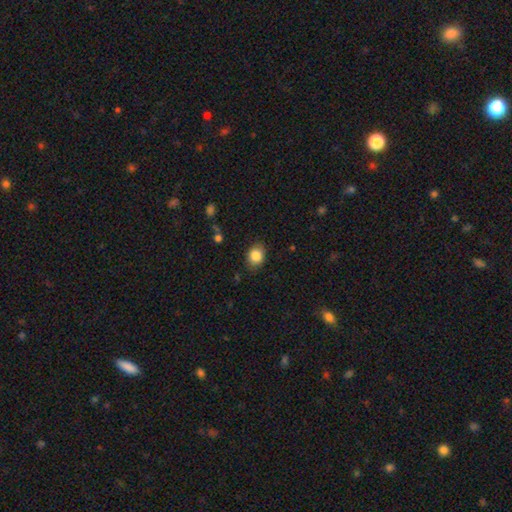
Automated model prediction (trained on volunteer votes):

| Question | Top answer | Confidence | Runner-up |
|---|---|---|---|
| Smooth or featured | smooth | 85% | star or artifact (9%) |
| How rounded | in between | 54% | round (45%) |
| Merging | none | 84% | minor disturbance (12%) |